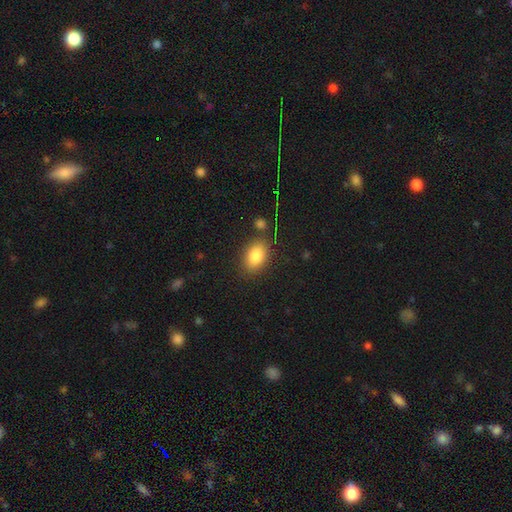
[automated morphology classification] Smooth or featured? Predicted: smooth (p=0.83). How rounded? Predicted: in between (p=0.84). Merging? Predicted: none (p=0.81).